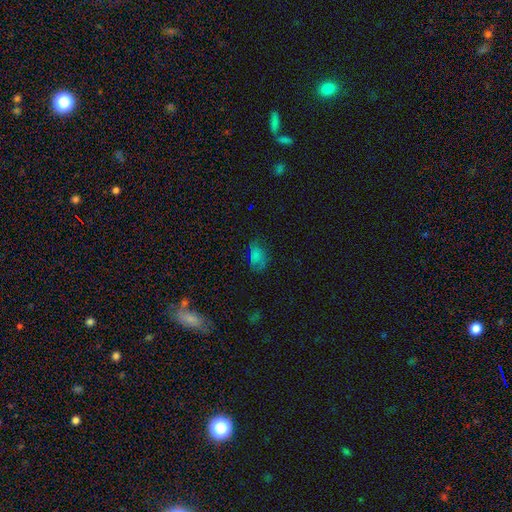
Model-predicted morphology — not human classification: smooth 69%, star or artifact 19%, featured or disk 12%. Down the decision tree: how rounded — in between (86%); merging — none (53%).